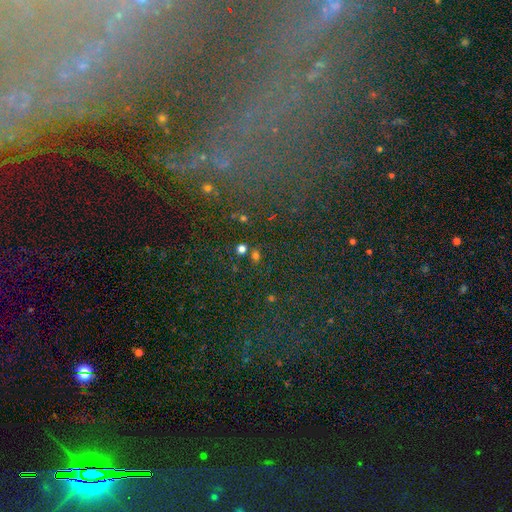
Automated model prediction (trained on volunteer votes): The model was most divided on "smooth or featured": star or artifact: 62%, smooth: 25%, featured or disk: 13%.